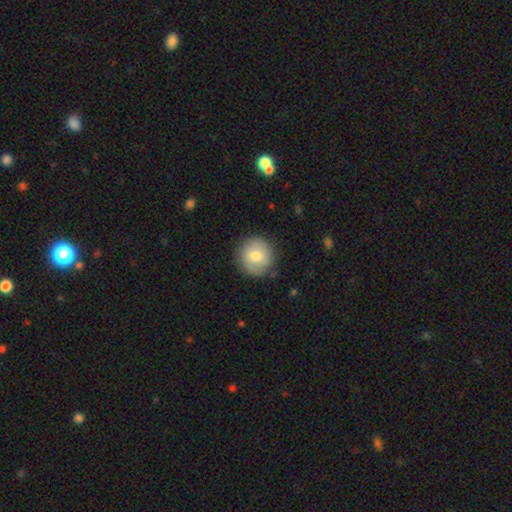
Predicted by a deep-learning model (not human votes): smooth 74%, featured or disk 19%, star or artifact 7%. Down the decision tree: how rounded — round (94%); merging — none (86%).